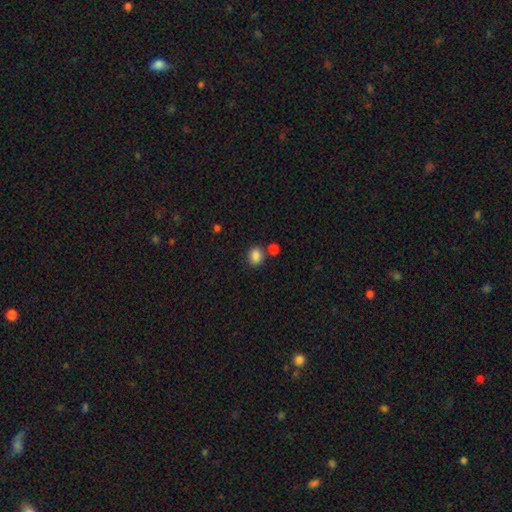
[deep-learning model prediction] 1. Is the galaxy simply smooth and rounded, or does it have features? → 86% smooth, 10% star or artifact, 4% featured or disk.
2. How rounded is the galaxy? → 64% round, 35% in between, 1% cigar-shaped.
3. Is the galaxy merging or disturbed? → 74% none, 13% merger, 10% minor disturbance, 3% major disturbance.